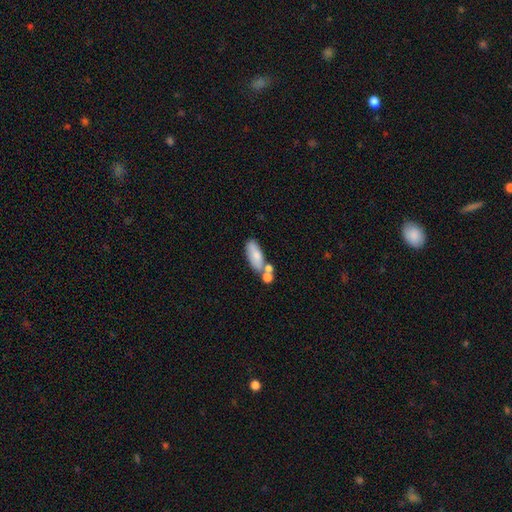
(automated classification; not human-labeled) Smooth or featured: smooth — 76% (featured or disk — 17%)
How rounded: in between — 74% (cigar-shaped — 23%)
Merging: none — 48% (merger — 30%)